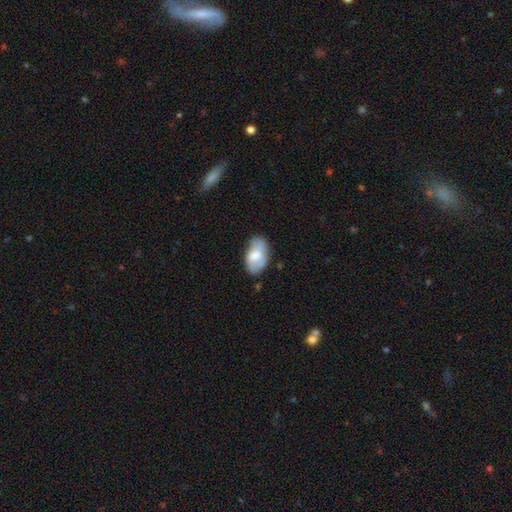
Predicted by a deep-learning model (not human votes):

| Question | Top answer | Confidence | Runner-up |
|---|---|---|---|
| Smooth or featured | smooth | 61% | featured or disk (33%) |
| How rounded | in between | 93% | round (5%) |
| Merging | none | 68% | minor disturbance (23%) |